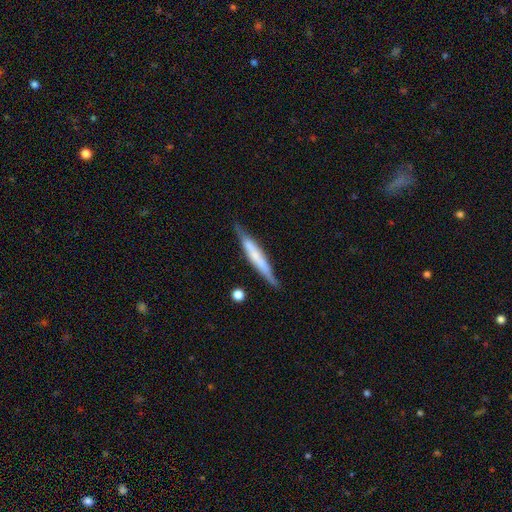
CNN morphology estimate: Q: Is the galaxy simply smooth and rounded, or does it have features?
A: featured or disk — 49%.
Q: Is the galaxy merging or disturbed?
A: none — 79%.